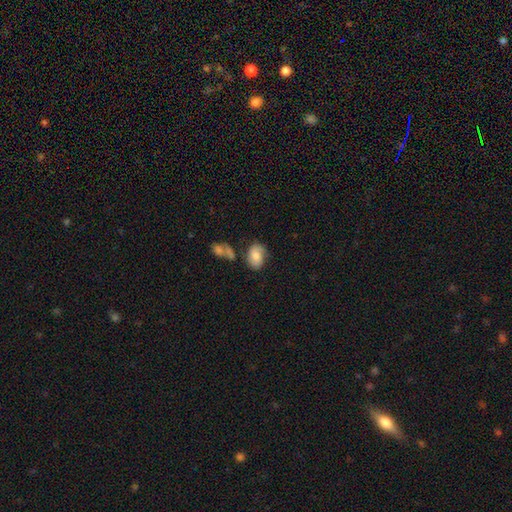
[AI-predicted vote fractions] smooth-or-featured: smooth: 63% | featured or disk: 29% | star or artifact: 9%
  how-rounded: in between: 76% | round: 23% | cigar-shaped: 1%
  merging: none: 55% | minor disturbance: 26% | major disturbance: 10% | merger: 10%